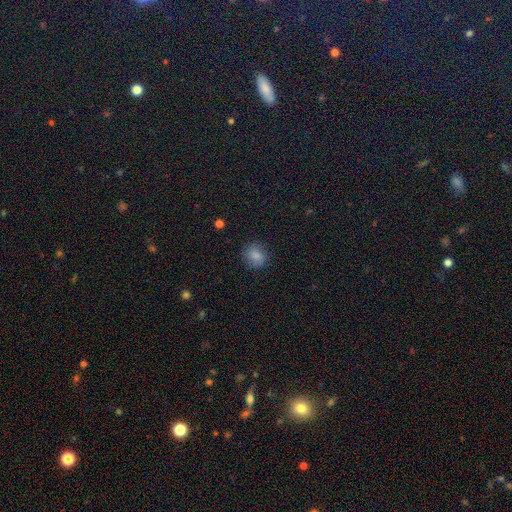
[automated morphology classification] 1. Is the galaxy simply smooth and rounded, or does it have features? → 81% smooth, 10% star or artifact, 9% featured or disk.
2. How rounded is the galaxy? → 73% round, 26% in between, 1% cigar-shaped.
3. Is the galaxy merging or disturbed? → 83% none, 13% minor disturbance, 3% major disturbance, 1% merger.